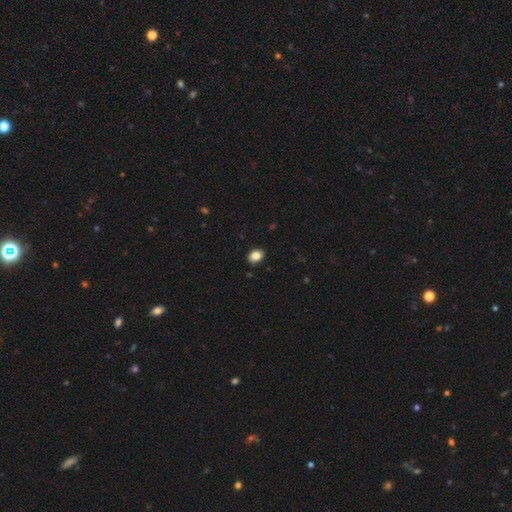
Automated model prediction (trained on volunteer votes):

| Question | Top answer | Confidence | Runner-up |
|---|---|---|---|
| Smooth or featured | smooth | 86% | star or artifact (9%) |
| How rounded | in between | 59% | round (40%) |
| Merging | none | 90% | minor disturbance (8%) |